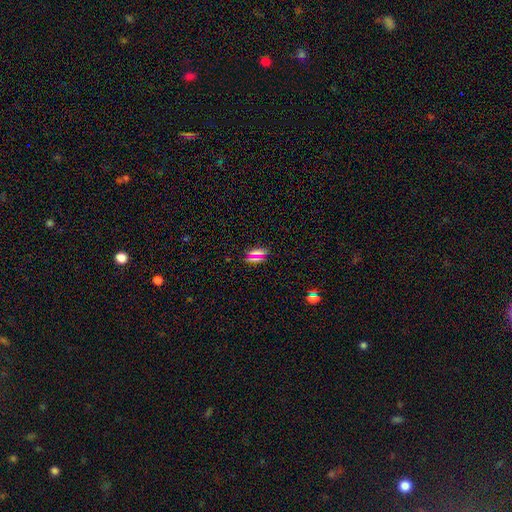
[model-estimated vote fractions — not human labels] Overall: smooth (65%). How rounded: in between (66%). Merging: none (82%).